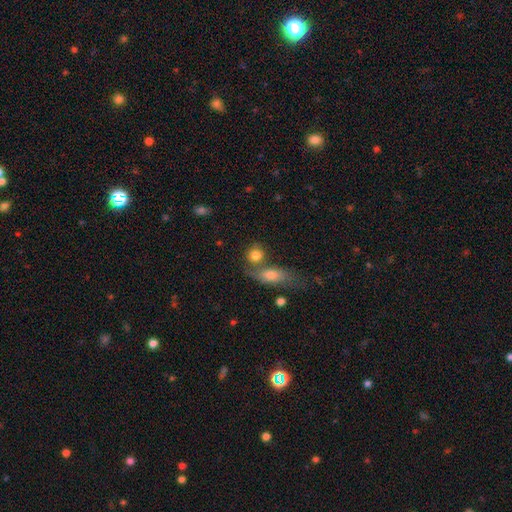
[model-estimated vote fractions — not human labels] Smooth or featured? smooth (81%)
How rounded? round (68%)
Merging? none (47%)